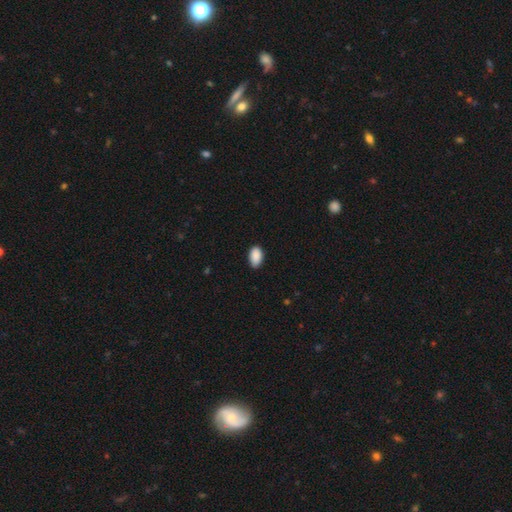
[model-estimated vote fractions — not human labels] This is clearly a smooth galaxy (90%). How rounded: clearly in between (93%). Merging: clearly none (83%).